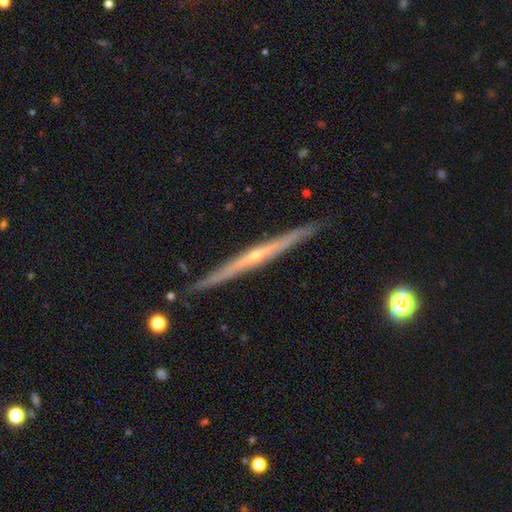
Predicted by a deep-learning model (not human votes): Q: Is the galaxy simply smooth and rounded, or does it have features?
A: featured or disk — 79%.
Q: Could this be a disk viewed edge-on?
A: yes — 97%.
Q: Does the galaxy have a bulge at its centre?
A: rounded — 62%.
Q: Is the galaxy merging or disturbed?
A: none — 88%.